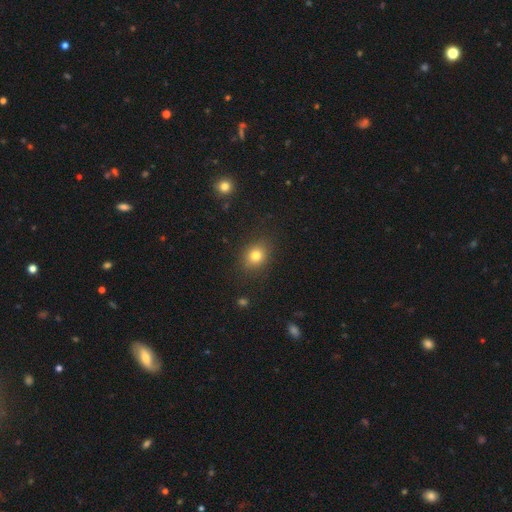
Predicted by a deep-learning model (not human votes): Overall: smooth (80%). How rounded: round (59%; in between 40%). Merging: none (86%).